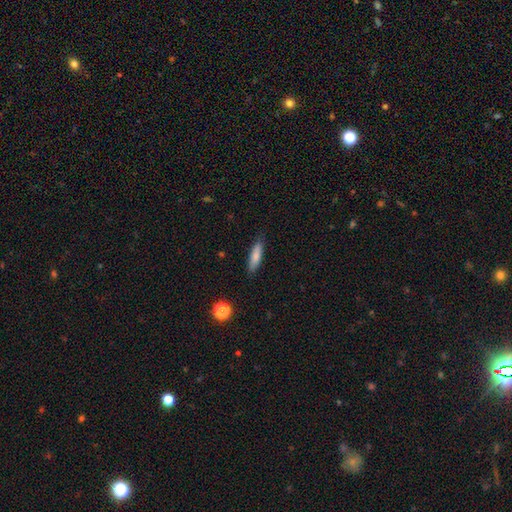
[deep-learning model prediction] This appears to be a smooth galaxy with no disk features (80%) that is cigar-shaped (69%). Merging: none (84%).